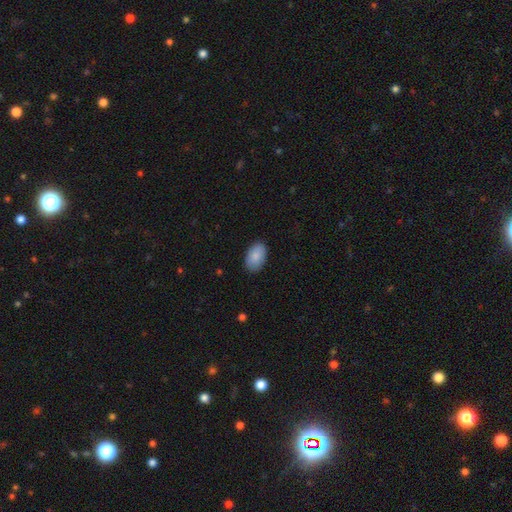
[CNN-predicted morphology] The model was most divided on "merging": none: 87%, minor disturbance: 10%, major disturbance: 2%, merger: 1%. More confident: how rounded — in between (94%); smooth or featured — smooth (88%).